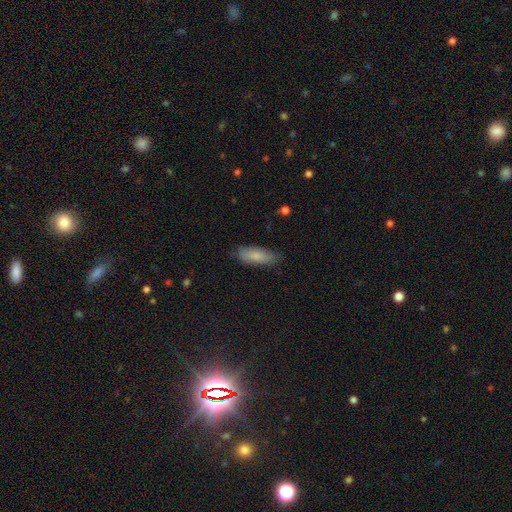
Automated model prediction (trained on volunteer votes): A smooth galaxy with no disk features (80%) that is in between round and cigar-shaped (67%).

Vote fractions:
- Smooth or featured? smooth: 80% / featured or disk: 14% / star or artifact: 6%
- How rounded? in between: 67% / cigar-shaped: 31% / round: 2%
- Merging? none: 80% / minor disturbance: 16% / major disturbance: 3% / merger: 1%